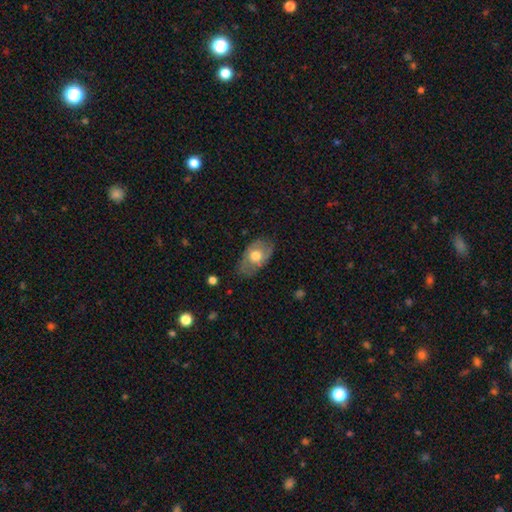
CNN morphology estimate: Smooth or featured: smooth — 58% (featured or disk — 36%)
How rounded: in between — 90% (round — 9%)
Merging: none — 65% (minor disturbance — 26%)